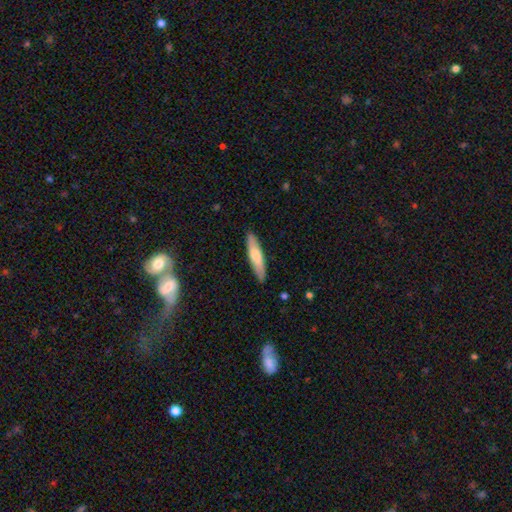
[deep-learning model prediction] Smooth or featured? Predicted: smooth (p=0.67). How rounded? Predicted: cigar-shaped (p=0.80). Merging? Predicted: none (p=0.89).